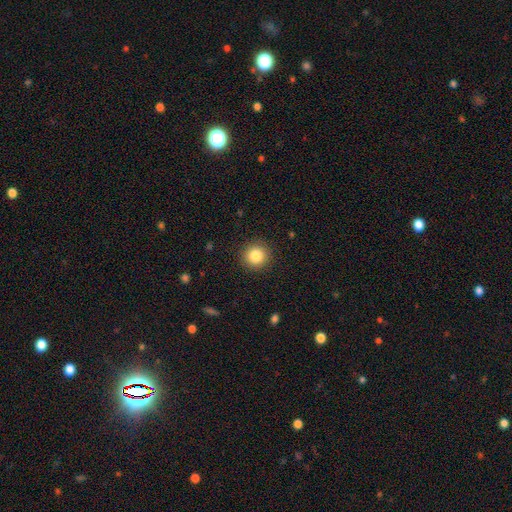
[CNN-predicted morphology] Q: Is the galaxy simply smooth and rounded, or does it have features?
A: smooth — 85%.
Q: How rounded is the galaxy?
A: round — 94%.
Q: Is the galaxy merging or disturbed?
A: none — 91%.